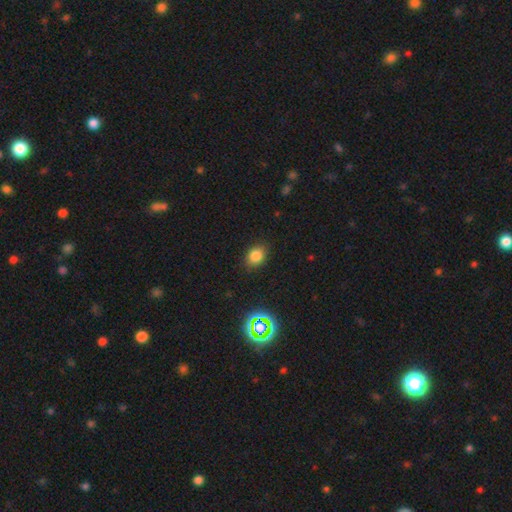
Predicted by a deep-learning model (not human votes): Smooth or featured? smooth (80%)
How rounded? in between (58%)
Merging? none (85%)